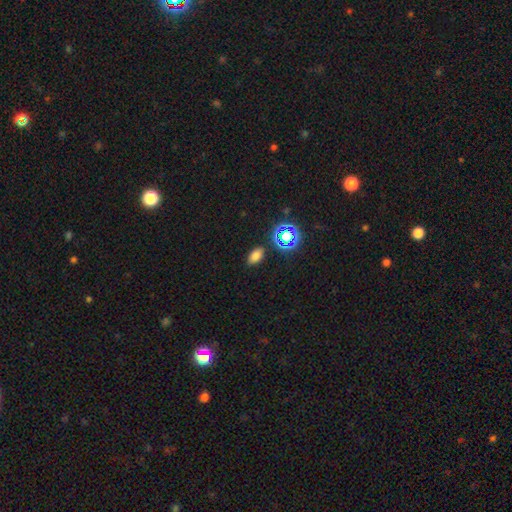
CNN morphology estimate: Smooth or featured? Predicted: smooth (p=0.72). How rounded? Predicted: in between (p=0.87). Merging? Predicted: none (p=0.84).